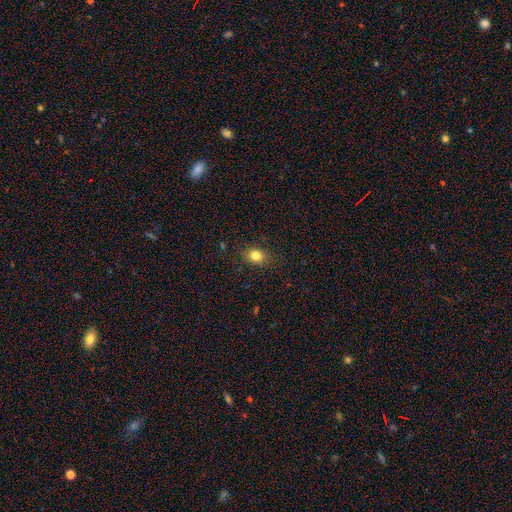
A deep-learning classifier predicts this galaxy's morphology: Overall: smooth (82%). How rounded: in between (55%; round 43%). Merging: none (86%).